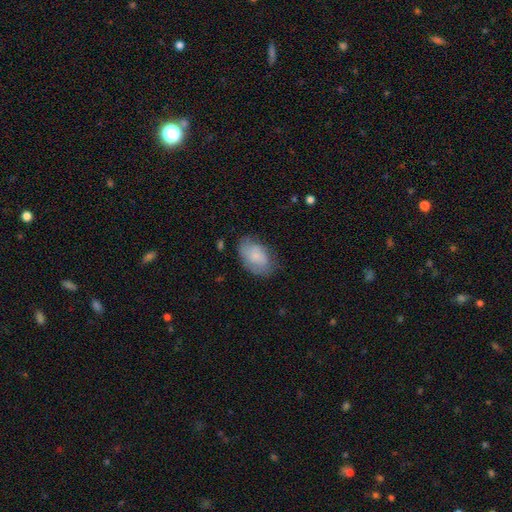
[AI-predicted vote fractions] A smooth galaxy with no disk features (76%) that is in between round and cigar-shaped (91%). Merging: none (65%).